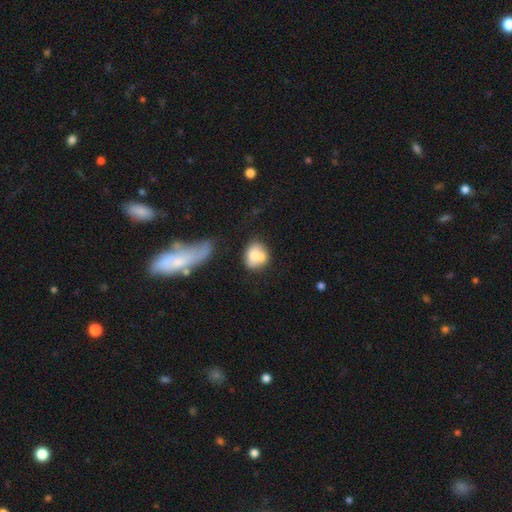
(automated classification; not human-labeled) smooth_or_featured: smooth (p=0.67) [alt: featured or disk p=0.25]
how_rounded: in between (p=0.51) [alt: round p=0.47]
merging: merger (p=0.41) [alt: none p=0.33]